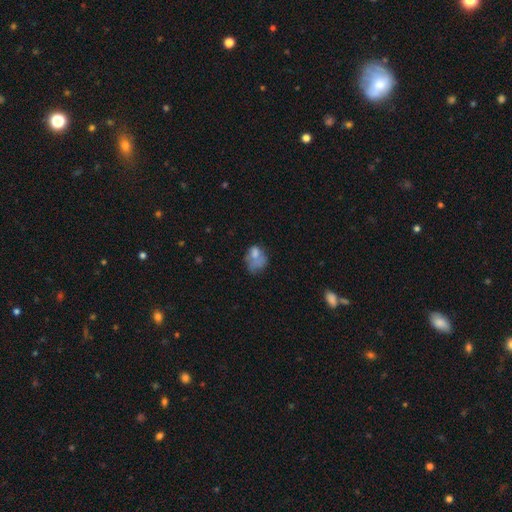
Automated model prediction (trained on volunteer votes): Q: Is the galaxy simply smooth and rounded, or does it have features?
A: smooth — 64%.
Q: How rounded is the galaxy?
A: in between — 59%.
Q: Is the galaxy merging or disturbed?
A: major disturbance — 31%.